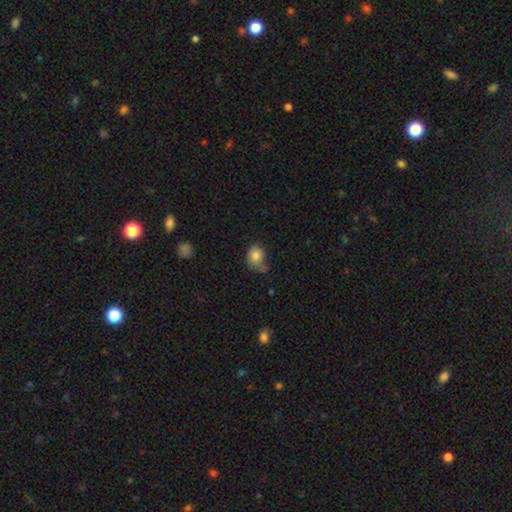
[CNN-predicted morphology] A smooth galaxy with no disk features (83%) that is round (53%). Merging: none (51%).